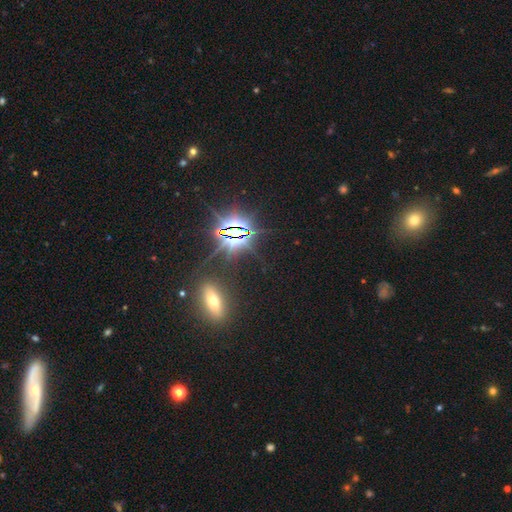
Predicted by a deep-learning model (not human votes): Smooth or featured? star or artifact (53%)